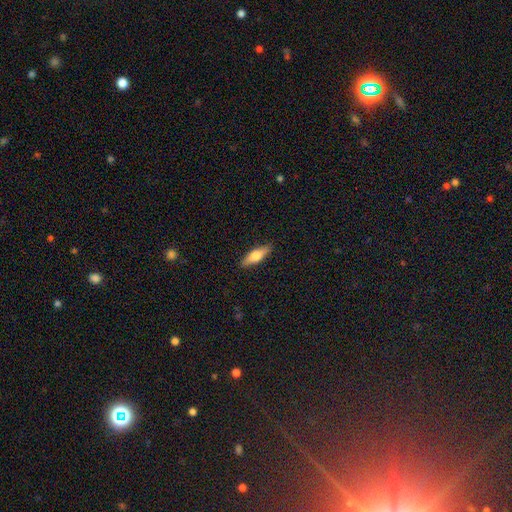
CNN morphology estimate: smooth 59%, featured or disk 35%, star or artifact 6%. Down the decision tree: how rounded — cigar-shaped (51%); merging — none (88%).